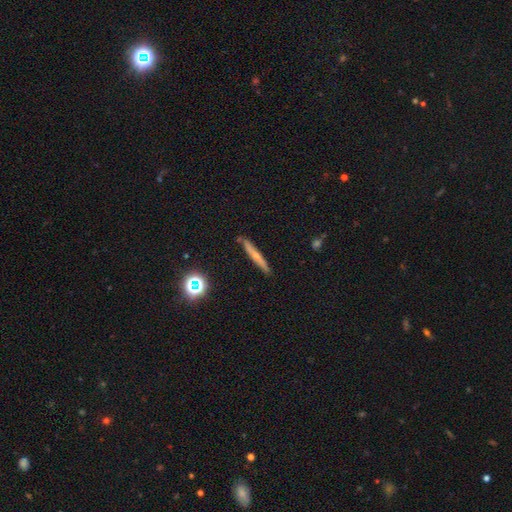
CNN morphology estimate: Overall: smooth (50%; featured or disk 39%). How rounded: cigar-shaped (94%). Merging: none (86%).